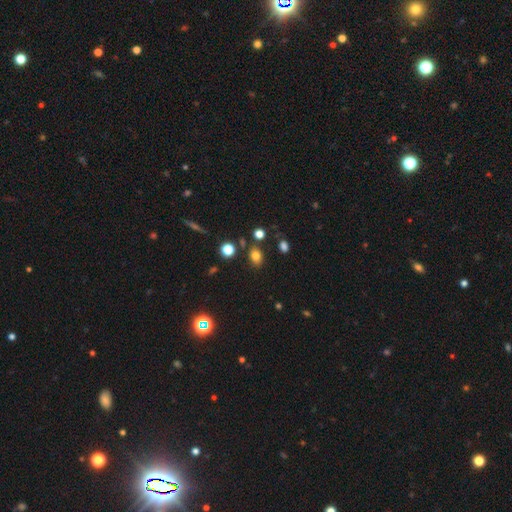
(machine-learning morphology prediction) smooth_or_featured: smooth (p=0.78) [alt: star or artifact p=0.15]
how_rounded: in between (p=0.62) [alt: round p=0.37]
merging: none (p=0.80) [alt: minor disturbance p=0.11]